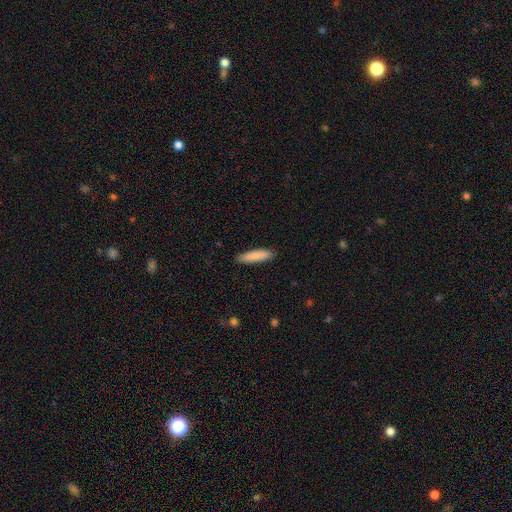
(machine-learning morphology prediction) type=smooth (86%); roundness=cigar-shaped (77%); merging=none (89%).